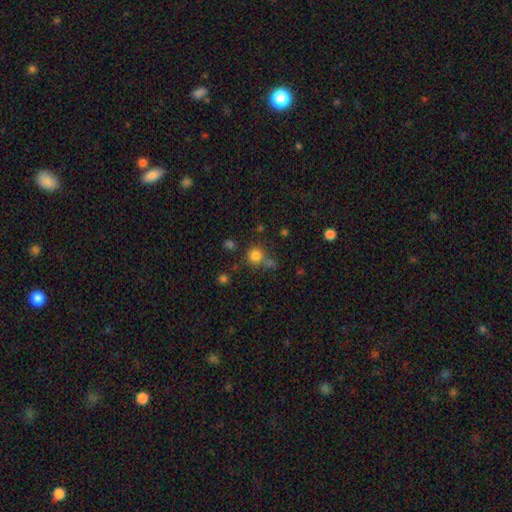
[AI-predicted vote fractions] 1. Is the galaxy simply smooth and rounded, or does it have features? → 79% smooth, 15% star or artifact, 7% featured or disk.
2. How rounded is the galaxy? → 89% round, 10% in between, 1% cigar-shaped.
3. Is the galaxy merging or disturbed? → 63% none, 20% merger, 12% minor disturbance, 6% major disturbance.